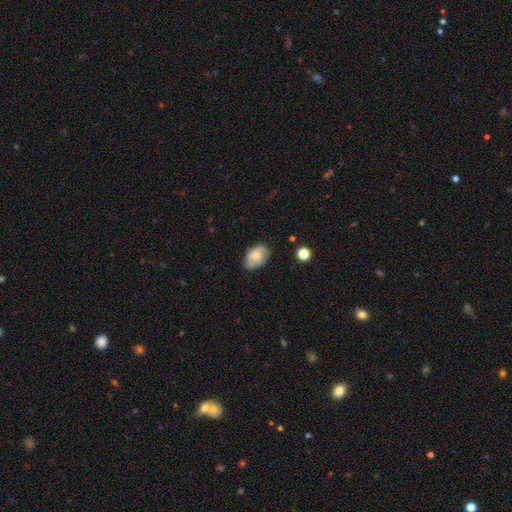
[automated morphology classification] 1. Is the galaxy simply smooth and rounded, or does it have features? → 55% smooth, 37% featured or disk, 8% star or artifact.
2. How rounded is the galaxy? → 86% in between, 13% round, 1% cigar-shaped.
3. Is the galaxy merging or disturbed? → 73% none, 20% minor disturbance, 5% major disturbance, 2% merger.